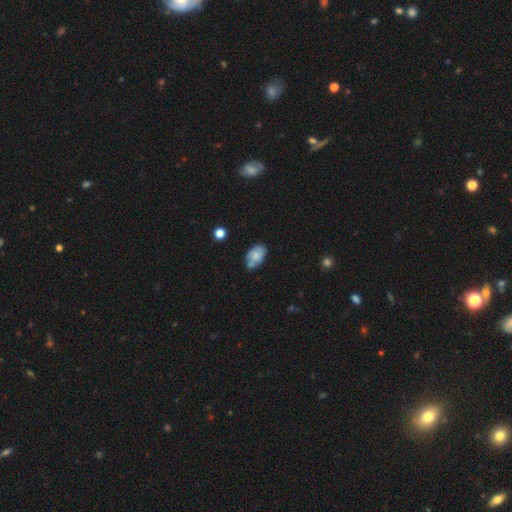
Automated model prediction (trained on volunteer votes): Smooth or featured: smooth — 72% (featured or disk — 20%)
How rounded: in between — 90% (round — 9%)
Merging: none — 60% (minor disturbance — 26%)